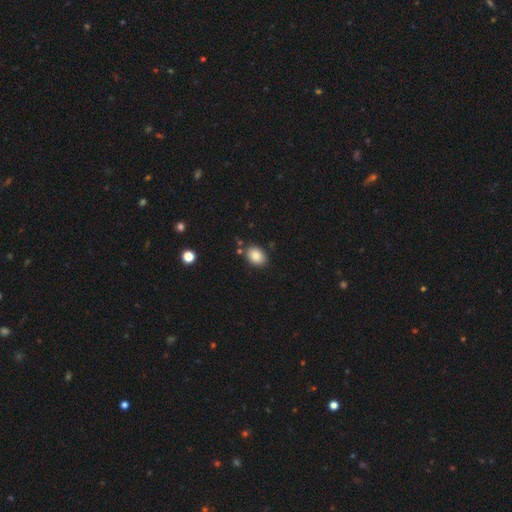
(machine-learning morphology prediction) Q: Smooth or featured?
A: smooth (86%); runner-up: star or artifact (9%)
Q: How rounded?
A: in between (74%); runner-up: round (25%)
Q: Merging?
A: none (81%); runner-up: minor disturbance (11%)